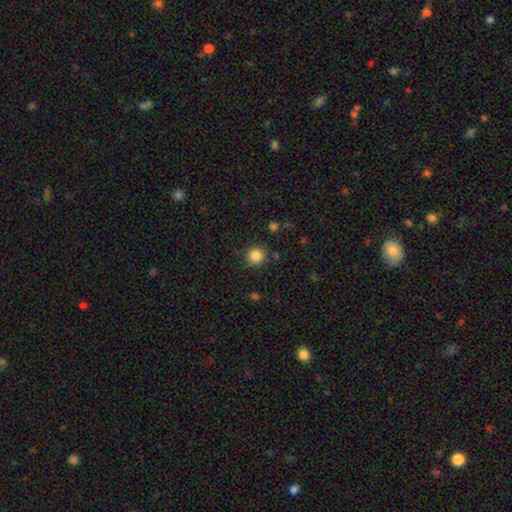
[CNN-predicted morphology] Smooth or featured: smooth — 84% (star or artifact — 11%)
How rounded: round — 94% (in between — 5%)
Merging: none — 88% (minor disturbance — 7%)